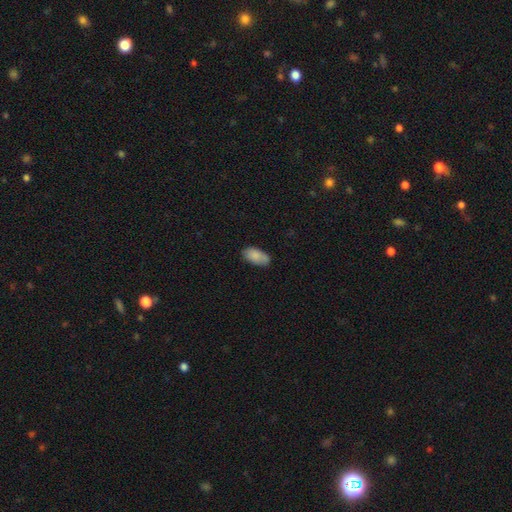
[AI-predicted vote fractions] Smooth or featured? smooth (86%)
How rounded? in between (94%)
Merging? none (77%)